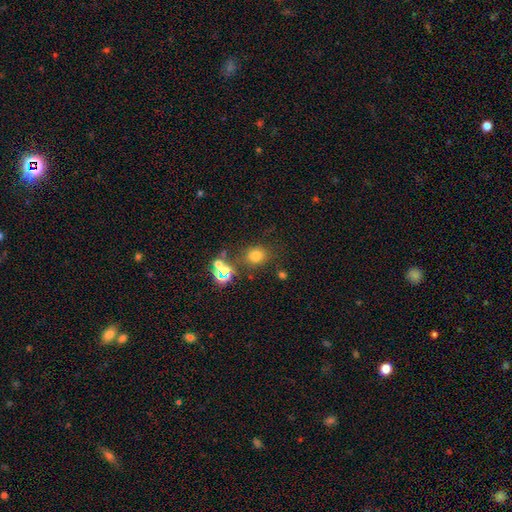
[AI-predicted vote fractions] Smooth or featured? smooth (71%)
How rounded? round (75%)
Merging? none (75%)